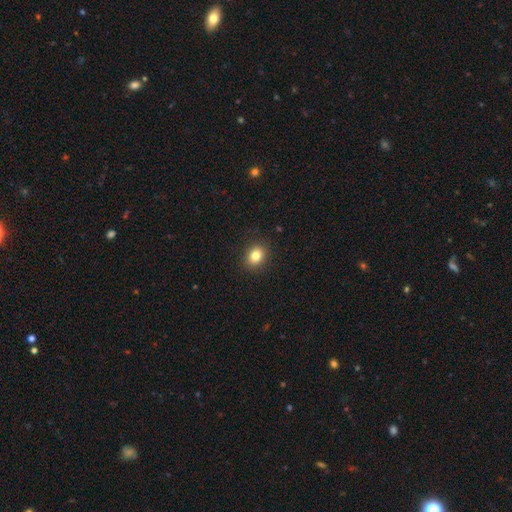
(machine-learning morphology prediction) Q: Smooth or featured?
A: smooth (82%); runner-up: star or artifact (11%)
Q: How rounded?
A: in between (52%); runner-up: round (47%)
Q: Merging?
A: none (90%); runner-up: minor disturbance (7%)